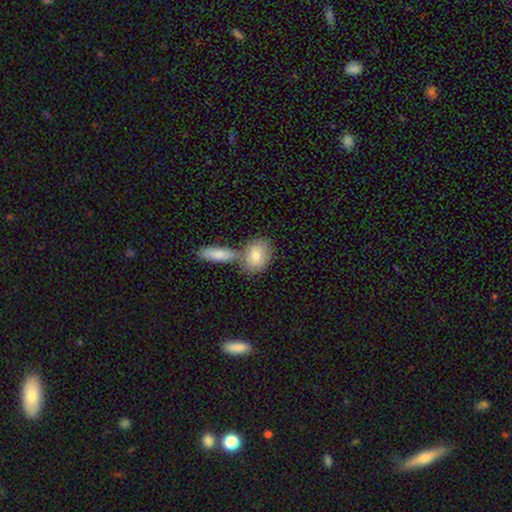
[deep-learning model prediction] The model was most divided on "merging": none: 54%, merger: 30%, minor disturbance: 10%, major disturbance: 5%. More confident: how rounded — in between (68%); smooth or featured — smooth (60%).